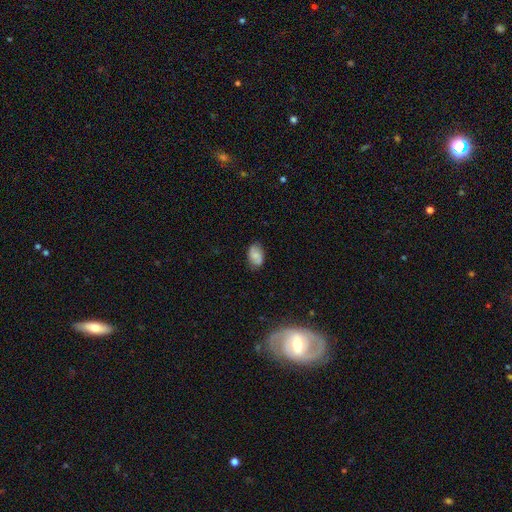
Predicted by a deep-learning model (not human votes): smooth-or-featured: smooth: 65% | featured or disk: 26% | star or artifact: 9%
  how-rounded: in between: 88% | round: 11% | cigar-shaped: 1%
  merging: none: 76% | minor disturbance: 18% | major disturbance: 4% | merger: 1%